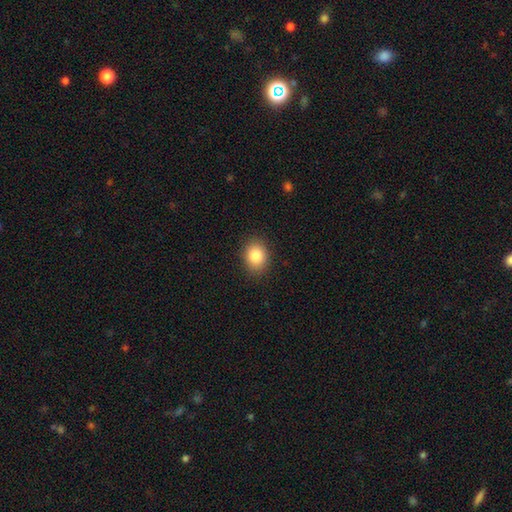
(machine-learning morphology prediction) Smooth or featured? smooth (84%)
How rounded? in between (51%)
Merging? none (88%)